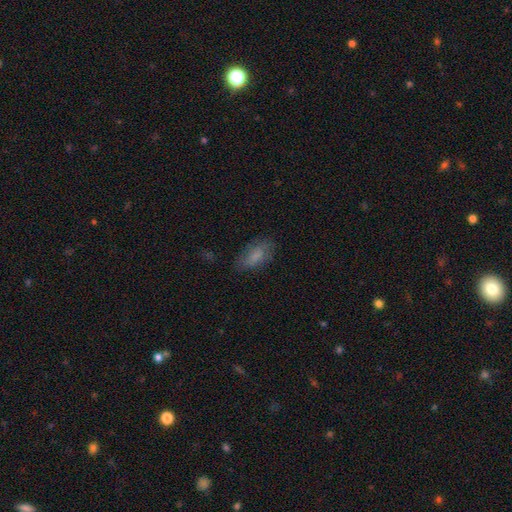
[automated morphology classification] The model was most divided on "merging": none: 72%, minor disturbance: 20%, major disturbance: 7%, merger: 1%. More confident: how rounded — in between (86%); smooth or featured — smooth (76%).